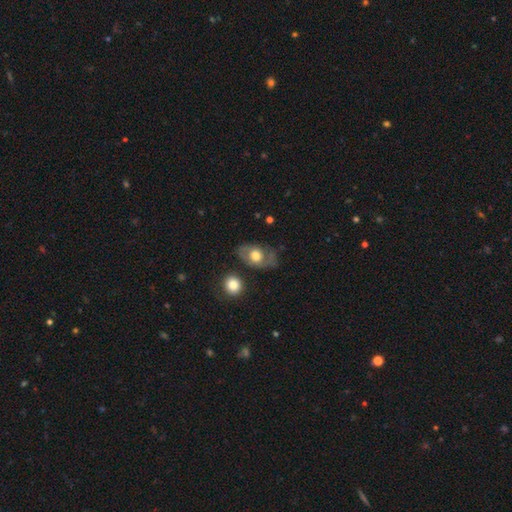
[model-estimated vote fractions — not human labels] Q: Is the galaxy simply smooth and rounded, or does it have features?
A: featured or disk — 52%.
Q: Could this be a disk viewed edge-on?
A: no — 91%.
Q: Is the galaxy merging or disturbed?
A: none — 64%.